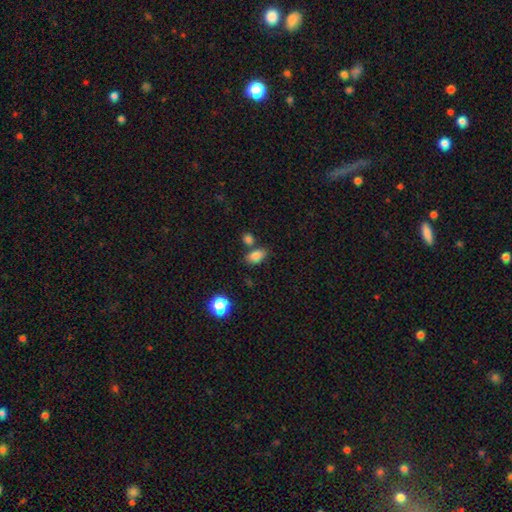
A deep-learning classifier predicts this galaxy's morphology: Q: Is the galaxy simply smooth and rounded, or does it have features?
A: smooth — 83%.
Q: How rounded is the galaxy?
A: in between — 87%.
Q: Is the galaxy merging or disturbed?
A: none — 69%.